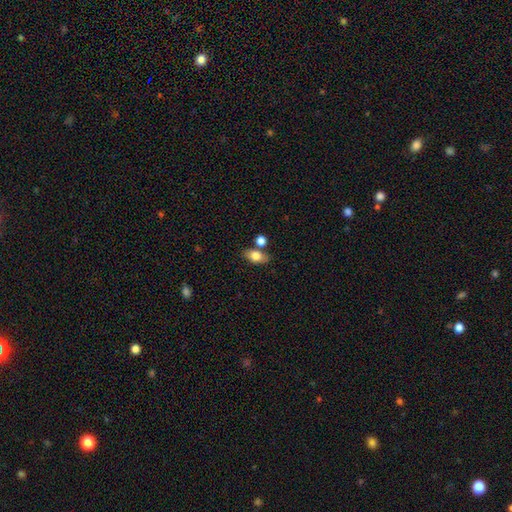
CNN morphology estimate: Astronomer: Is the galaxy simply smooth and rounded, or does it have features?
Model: smooth — 78%.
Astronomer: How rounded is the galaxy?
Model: in between — 82%.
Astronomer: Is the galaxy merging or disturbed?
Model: none — 68%.